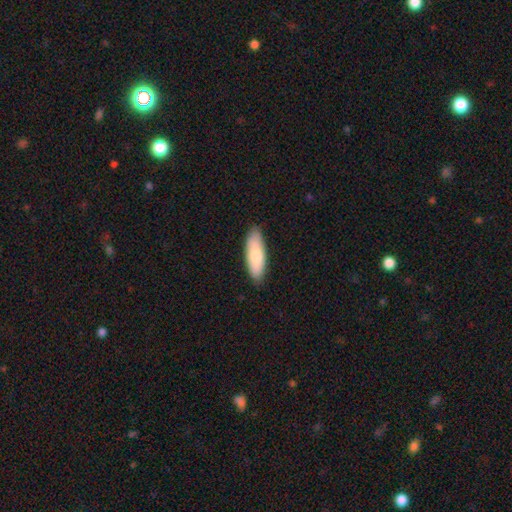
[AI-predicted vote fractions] Smooth or featured? Predicted: smooth (p=0.81). How rounded? Predicted: in between (p=0.64). Merging? Predicted: none (p=0.85).